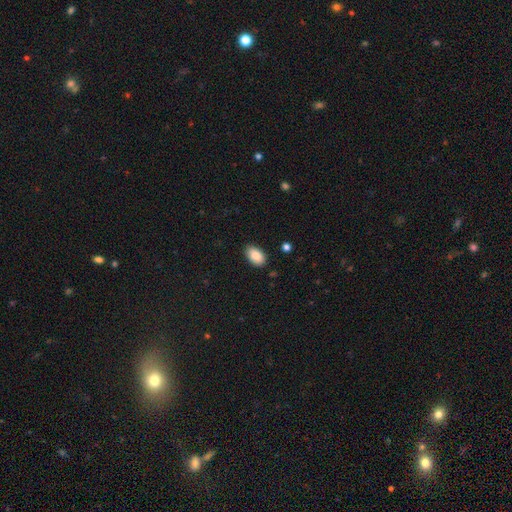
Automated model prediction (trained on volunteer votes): Morphology: type=smooth (89%); roundness=in between (93%); merging=none (86%).